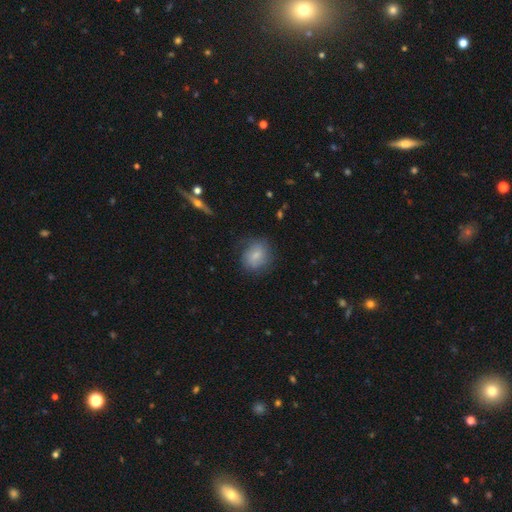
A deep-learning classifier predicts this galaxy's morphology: The model was most divided on "how rounded": round: 67%, in between: 31%, cigar-shaped: 1%. More confident: merging — none (70%); smooth or featured — smooth (67%).